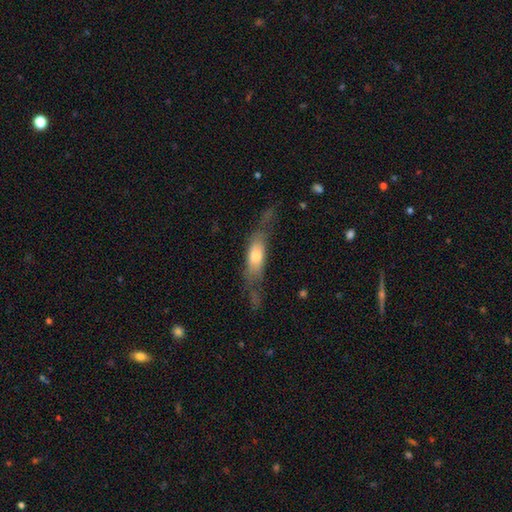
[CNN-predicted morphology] smooth-or-featured: smooth: 53% | featured or disk: 40% | star or artifact: 7%
  how-rounded: cigar-shaped: 50% | in between: 47% | round: 3%
  merging: none: 47% | minor disturbance: 26% | major disturbance: 23% | merger: 3%